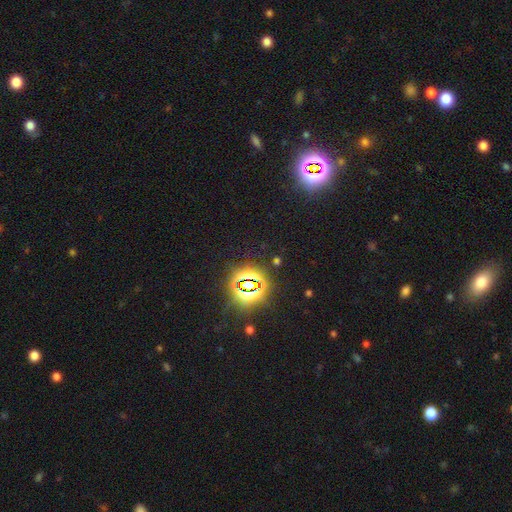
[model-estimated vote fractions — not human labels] Morphology: type=star or artifact (83%).